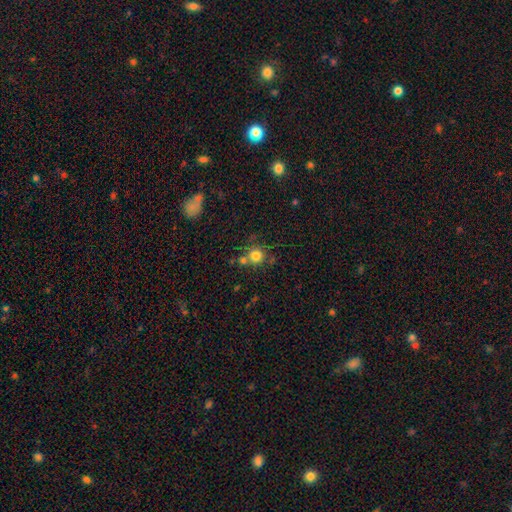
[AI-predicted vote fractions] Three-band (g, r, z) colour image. It shows a smooth galaxy with no disk features (79%) that is round (91%). Merging: none (63%).